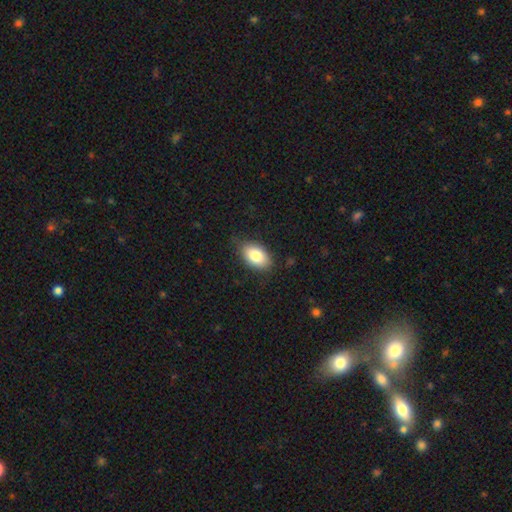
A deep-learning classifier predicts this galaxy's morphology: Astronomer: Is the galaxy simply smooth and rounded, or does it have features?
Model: smooth — 82%.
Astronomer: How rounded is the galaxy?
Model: in between — 91%.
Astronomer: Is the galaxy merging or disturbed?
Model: none — 79%.